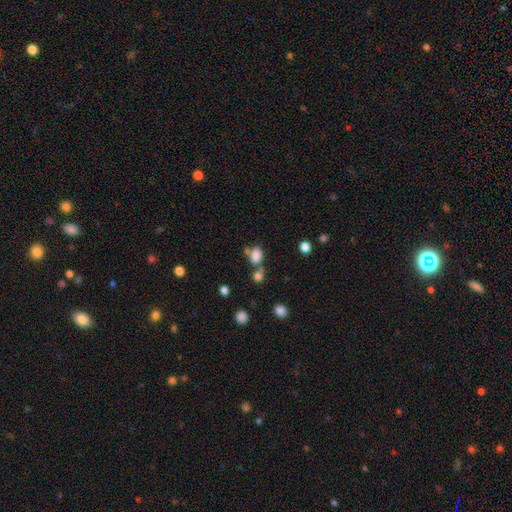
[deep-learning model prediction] Smooth or featured?
  - smooth: 82% *
  - star or artifact: 11%
  - featured or disk: 7%
How rounded?
  - in between: 67% *
  - round: 32%
  - cigar-shaped: 1%
Merging?
  - none: 46% *
  - merger: 36%
  - minor disturbance: 13%
  - major disturbance: 6%